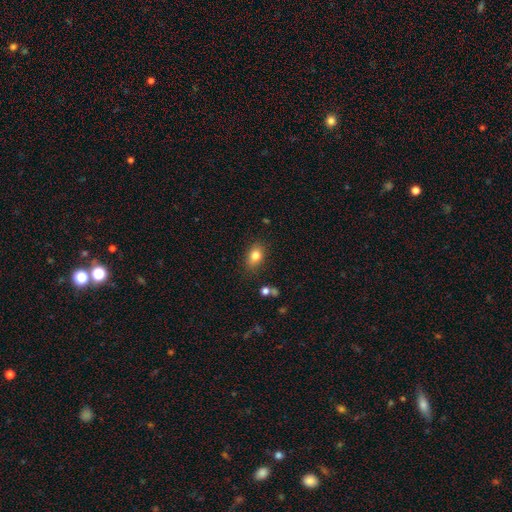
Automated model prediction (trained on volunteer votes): smooth_or_featured: smooth (p=0.81) [alt: star or artifact p=0.10]
how_rounded: in between (p=0.78) [alt: round p=0.20]
merging: none (p=0.82) [alt: minor disturbance p=0.13]